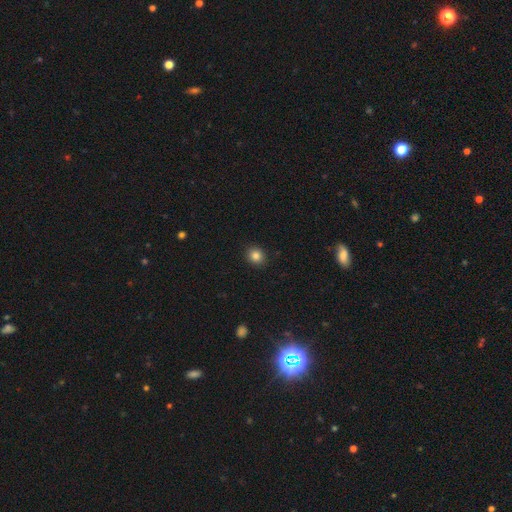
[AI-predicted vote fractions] smooth-or-featured: smooth: 84% | star or artifact: 11% | featured or disk: 5%
  how-rounded: round: 81% | in between: 18% | cigar-shaped: 1%
  merging: none: 91% | minor disturbance: 6% | major disturbance: 2% | merger: 1%